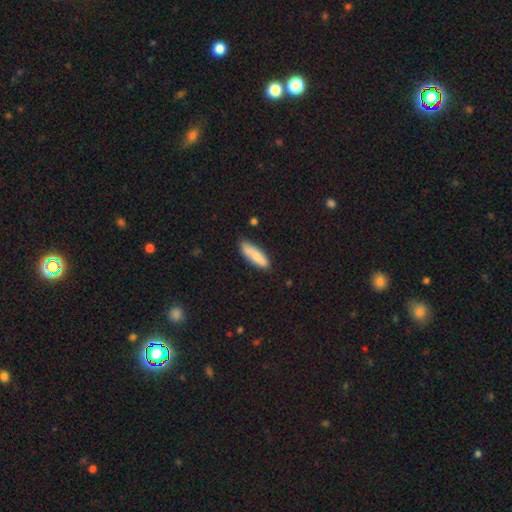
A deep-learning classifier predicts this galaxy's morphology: This is clearly a smooth galaxy (82%). How rounded: possibly cigar-shaped (52%). Merging: likely none (80%).